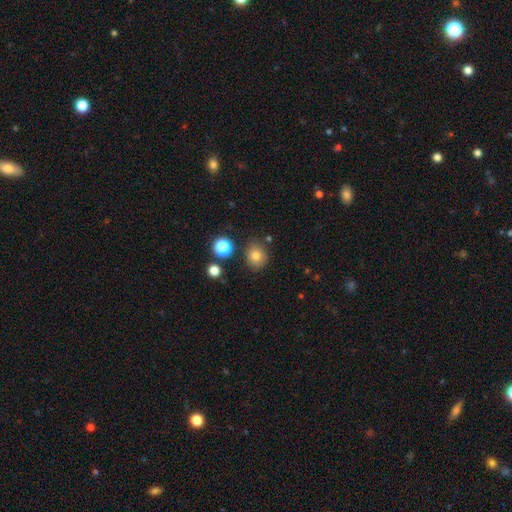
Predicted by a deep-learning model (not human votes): A smooth galaxy with no disk features (77%) that is round (72%). Merging: none (82%).